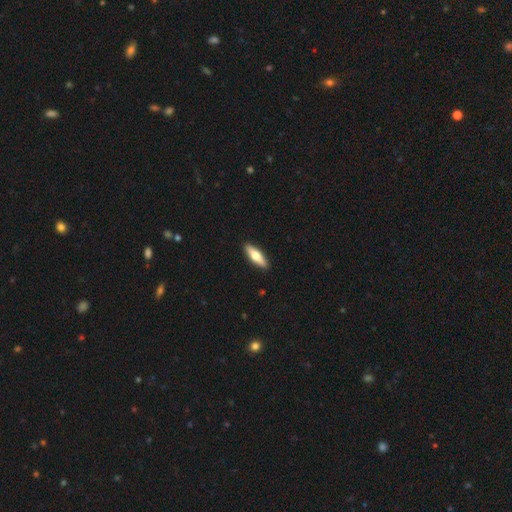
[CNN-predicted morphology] A smooth galaxy with no disk features (56%) that is cigar-shaped (60%). Merging: none (91%).